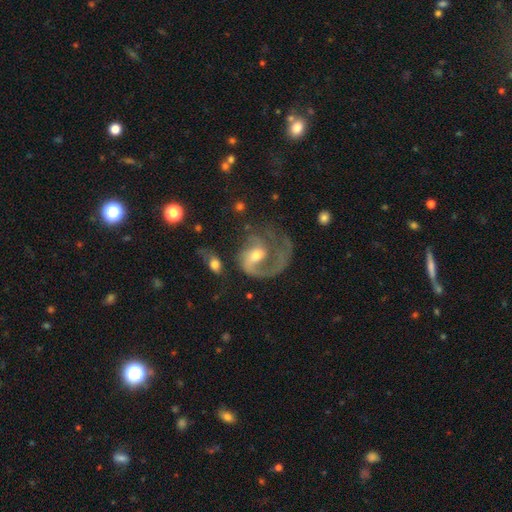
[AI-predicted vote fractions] featured or disk 82%, smooth 12%, star or artifact 6%. Down the decision tree: edge-on disk — no (98%); bar — no (47%); spiral arms — yes (90%); spiral arm count — 1 (69%); spiral winding — medium (44%); bulge size — moderate (58%); merging — major disturbance (45%).